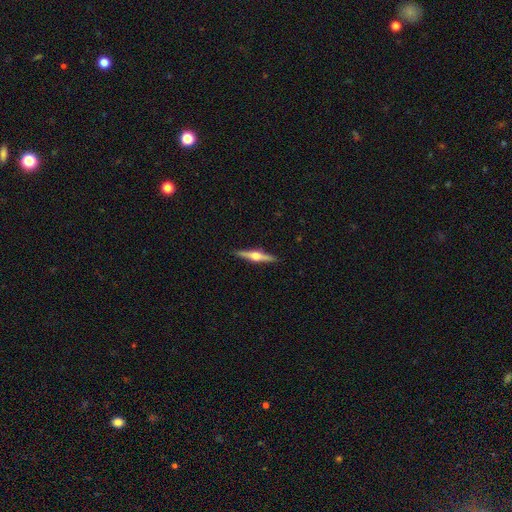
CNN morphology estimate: Smooth or featured?
  - featured or disk: 73% *
  - smooth: 21%
  - star or artifact: 5%
Edge-on disk?
  - yes: 98% *
  - no: 2%
Edge-on bulge?
  - rounded: 94% *
  - boxy: 4%
  - none: 2%
Merging?
  - none: 91% *
  - minor disturbance: 6%
  - major disturbance: 1%
  - merger: 1%